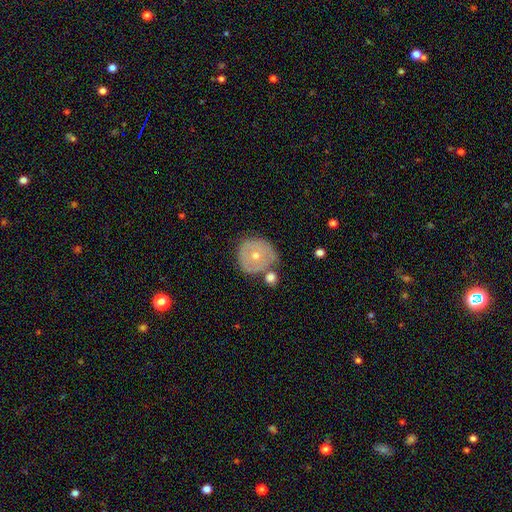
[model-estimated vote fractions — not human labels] smooth 48%, featured or disk 44%, star or artifact 7%. Down the decision tree: merging — none (66%).